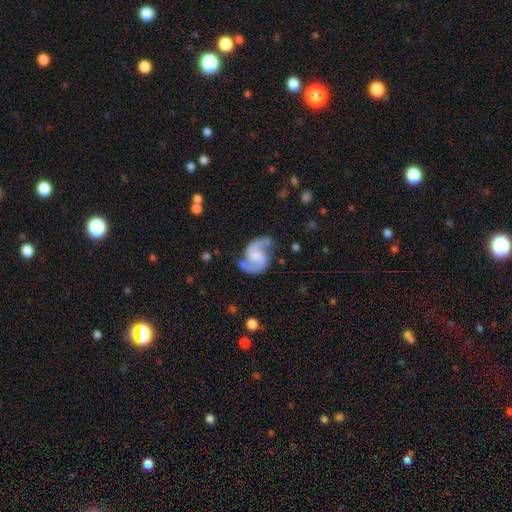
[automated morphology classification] A featured or disk galaxy (89%) with no bar (49%), 2 (93%) medium (49%) spiral arms (97%) and no central bulge (45%). Merging: none (68%).